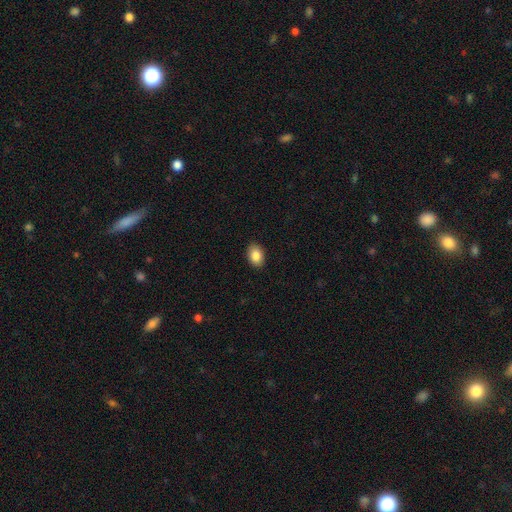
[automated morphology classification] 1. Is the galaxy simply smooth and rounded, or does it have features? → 86% smooth, 8% star or artifact, 6% featured or disk.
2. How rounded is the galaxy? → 84% in between, 15% round, 1% cigar-shaped.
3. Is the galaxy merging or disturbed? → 89% none, 8% minor disturbance, 2% major disturbance, 1% merger.